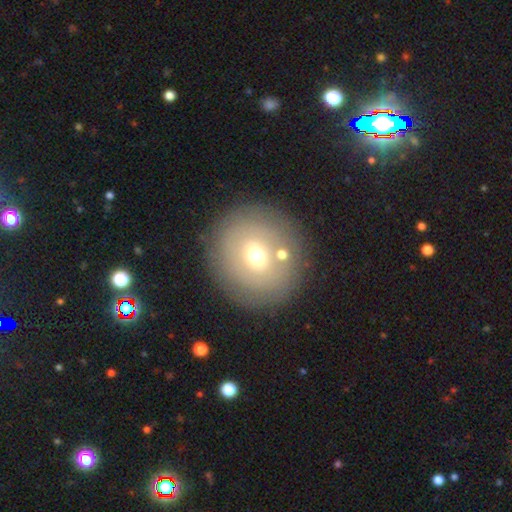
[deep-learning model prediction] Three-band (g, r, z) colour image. It shows a smooth galaxy with no disk features (57%) that is round (87%). Merging: none (83%).